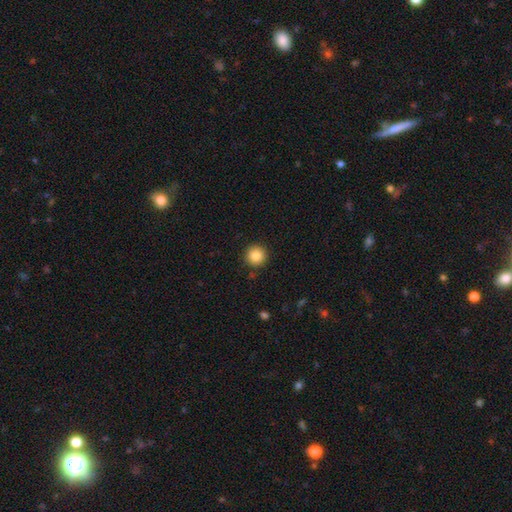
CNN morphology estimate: smooth 86%, star or artifact 10%, featured or disk 5%. Down the decision tree: how rounded — round (95%); merging — none (91%).